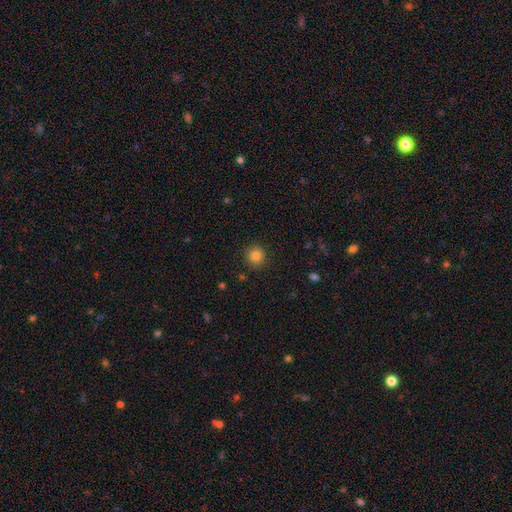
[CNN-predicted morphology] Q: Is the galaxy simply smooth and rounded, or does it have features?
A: smooth — 83%.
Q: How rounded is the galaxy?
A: round — 92%.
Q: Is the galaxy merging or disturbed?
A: none — 90%.